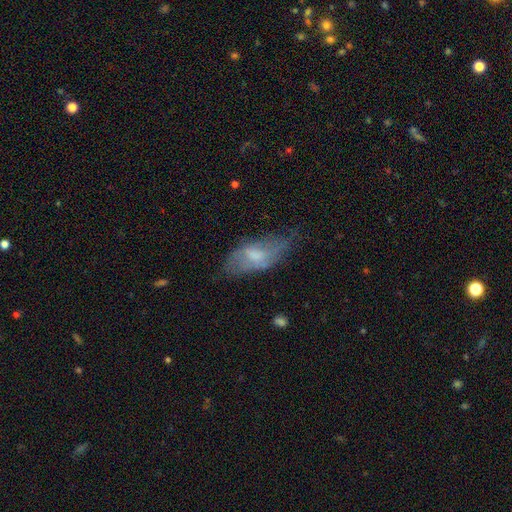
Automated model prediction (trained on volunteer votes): A smooth galaxy with no disk features (52%) that is in between round and cigar-shaped (83%).

Vote fractions:
- Smooth or featured? smooth: 52% / featured or disk: 41% / star or artifact: 8%
- How rounded? in between: 83% / cigar-shaped: 14% / round: 3%
- Merging? none: 46% / minor disturbance: 34% / major disturbance: 18% / merger: 2%